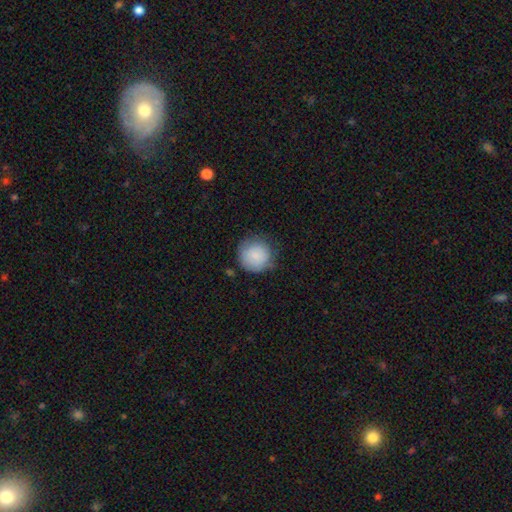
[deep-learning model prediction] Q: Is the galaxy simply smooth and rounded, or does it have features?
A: smooth — 84%.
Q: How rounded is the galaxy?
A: round — 94%.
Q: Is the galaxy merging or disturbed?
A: none — 70%.